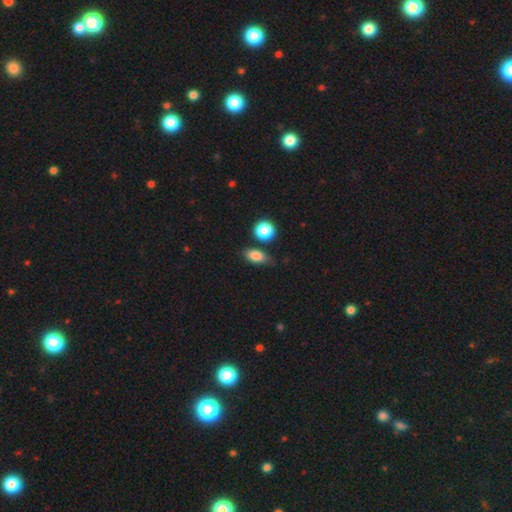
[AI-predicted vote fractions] The model was most divided on "merging": none: 66%, minor disturbance: 21%, merger: 8%, major disturbance: 5%. More confident: smooth or featured — smooth (83%); how rounded — in between (77%).